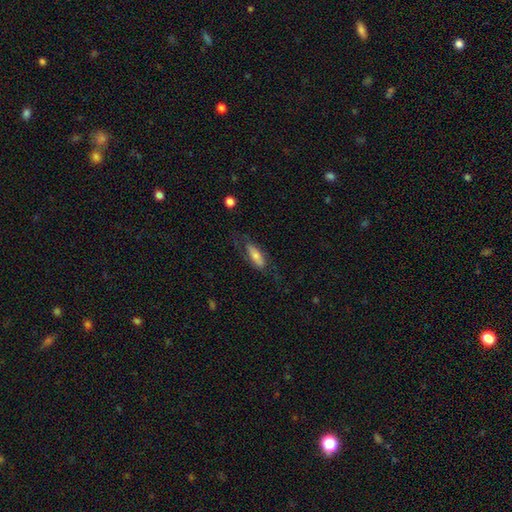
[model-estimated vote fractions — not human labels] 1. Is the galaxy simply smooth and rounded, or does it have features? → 62% smooth, 31% featured or disk, 8% star or artifact.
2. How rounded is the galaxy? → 65% in between, 33% cigar-shaped, 3% round.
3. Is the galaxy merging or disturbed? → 61% none, 22% minor disturbance, 15% major disturbance, 2% merger.